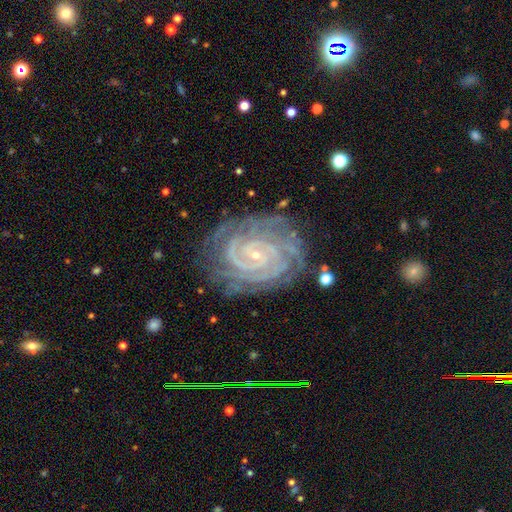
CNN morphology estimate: A featured or disk galaxy (91%) with no bar (62%), 2 (30%) tight (86%) spiral arms (99%) and a small central bulge (88%). Merging: none (77%).